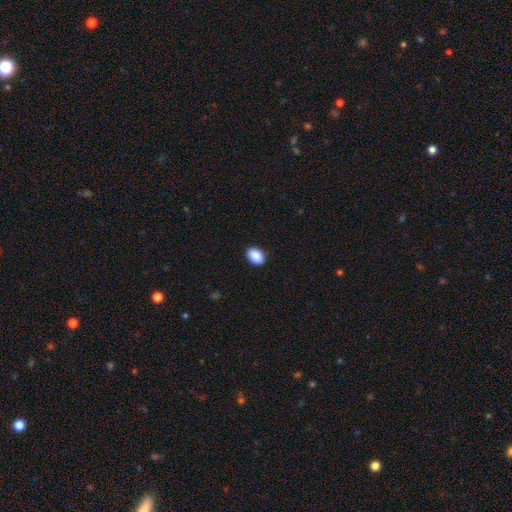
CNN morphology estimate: The model was most divided on "how rounded": in between: 78%, round: 21%, cigar-shaped: 1%. More confident: smooth or featured — smooth (90%); merging — none (90%).